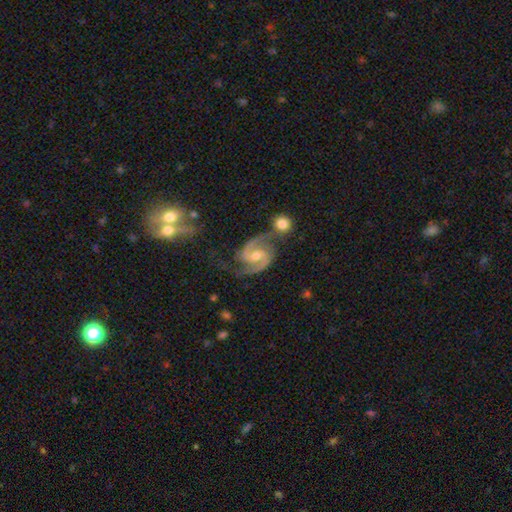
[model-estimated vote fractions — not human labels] Smooth or featured: featured or disk — 92% (star or artifact — 4%)
Edge-on disk: no — 98% (yes — 2%)
Bar: weak — 50% (no — 33%)
Spiral arms: yes — 98% (no — 2%)
Spiral winding: medium — 64% (tight — 20%)
Spiral arm count: 2 — 94% (3 — 2%)
Bulge size: moderate — 58% (small — 36%)
Merging: none — 64% (minor disturbance — 18%)